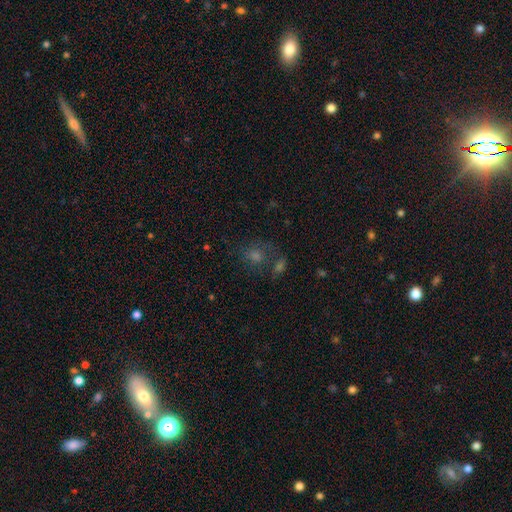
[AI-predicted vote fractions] A smooth galaxy with no disk features (41%).

Vote fractions:
- Smooth or featured? smooth: 41% / star or artifact: 36% / featured or disk: 23%
- Merging? none: 63% / merger: 16% / minor disturbance: 13% / major disturbance: 8%